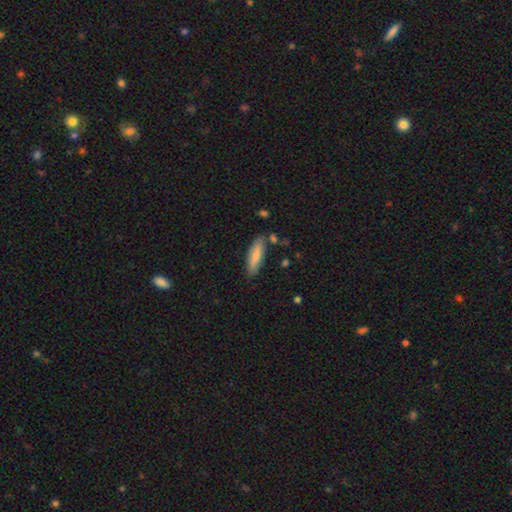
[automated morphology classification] Smooth or featured? Predicted: smooth (p=0.72). How rounded? Predicted: cigar-shaped (p=0.60). Merging? Predicted: none (p=0.80).